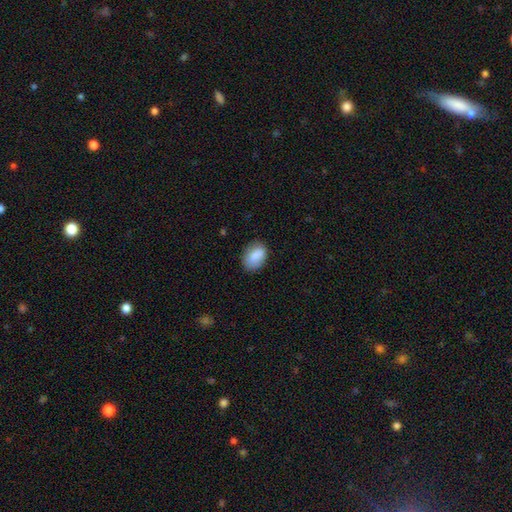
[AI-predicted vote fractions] Smooth or featured?
  - smooth: 87% *
  - star or artifact: 7%
  - featured or disk: 6%
How rounded?
  - in between: 85% *
  - round: 14%
  - cigar-shaped: 1%
Merging?
  - none: 77% *
  - minor disturbance: 18%
  - major disturbance: 4%
  - merger: 1%